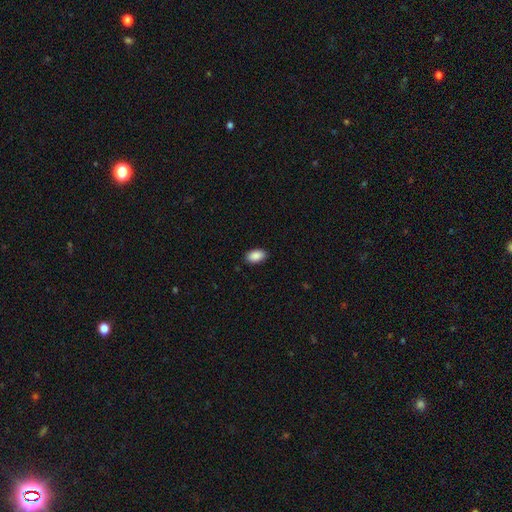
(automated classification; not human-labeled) Smooth or featured?
  - smooth: 90% *
  - star or artifact: 7%
  - featured or disk: 3%
How rounded?
  - in between: 93% *
  - round: 5%
  - cigar-shaped: 2%
Merging?
  - none: 88% *
  - minor disturbance: 9%
  - major disturbance: 2%
  - merger: 1%